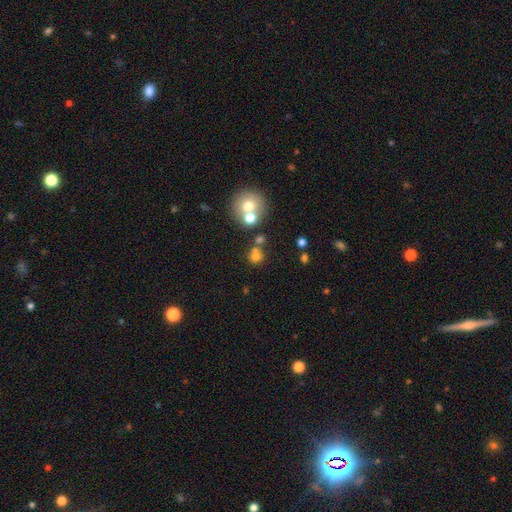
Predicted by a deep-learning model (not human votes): Smooth or featured? smooth (71%)
How rounded? round (88%)
Merging? none (55%)